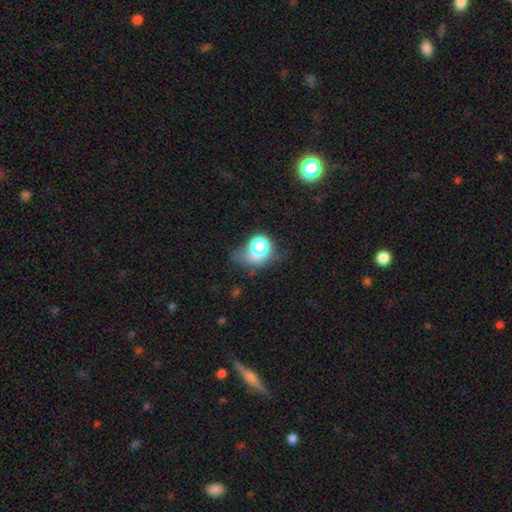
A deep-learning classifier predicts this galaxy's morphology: Smooth or featured? smooth (61%)
How rounded? round (54%)
Merging? major disturbance (34%)